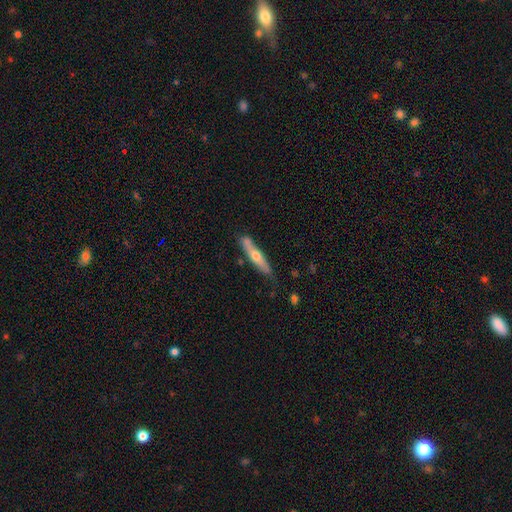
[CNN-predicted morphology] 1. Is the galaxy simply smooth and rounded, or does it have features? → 50% featured or disk, 44% smooth, 6% star or artifact.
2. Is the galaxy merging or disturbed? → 75% none, 17% minor disturbance, 5% merger, 3% major disturbance.